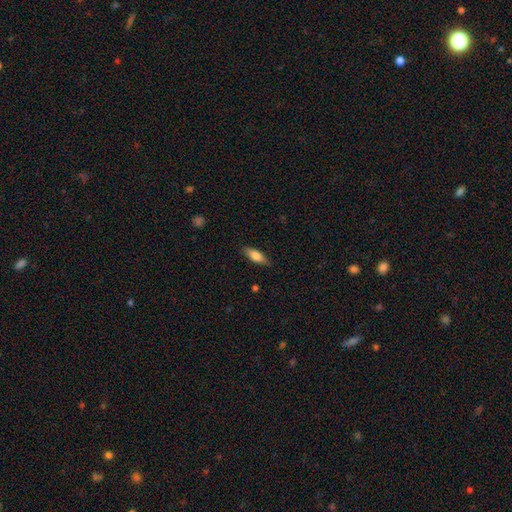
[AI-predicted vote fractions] Overall: smooth (74%). How rounded: in between (63%; cigar-shaped 35%). Merging: none (86%).